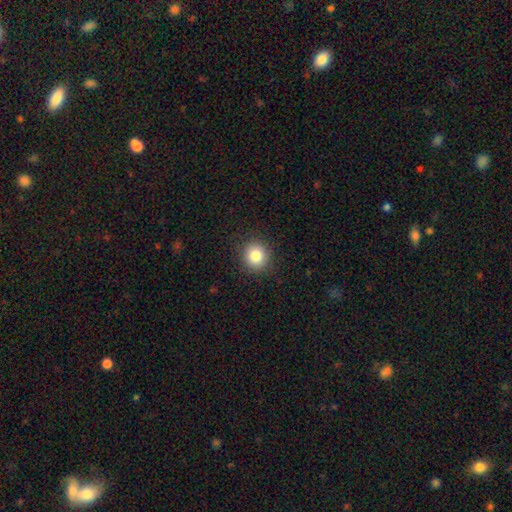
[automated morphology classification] Smooth or featured? Predicted: smooth (p=0.84). How rounded? Predicted: round (p=0.89). Merging? Predicted: none (p=0.90).